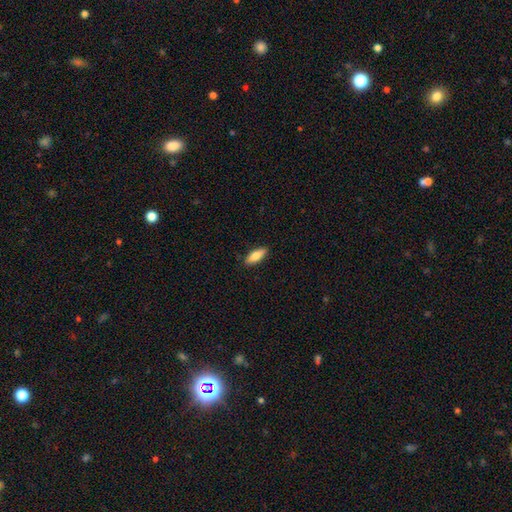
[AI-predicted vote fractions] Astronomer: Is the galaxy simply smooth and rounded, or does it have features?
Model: smooth — 81%.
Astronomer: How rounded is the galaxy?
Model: in between — 72%.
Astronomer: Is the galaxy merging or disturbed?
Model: none — 88%.